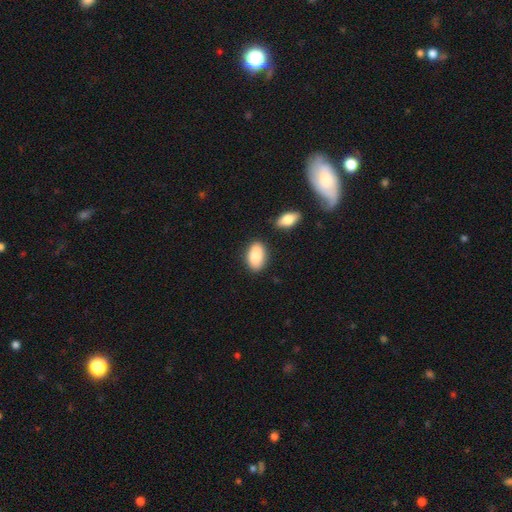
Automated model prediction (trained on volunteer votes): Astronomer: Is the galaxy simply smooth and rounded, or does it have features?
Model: smooth — 87%.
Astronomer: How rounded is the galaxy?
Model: in between — 93%.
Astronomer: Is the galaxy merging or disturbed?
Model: none — 80%.